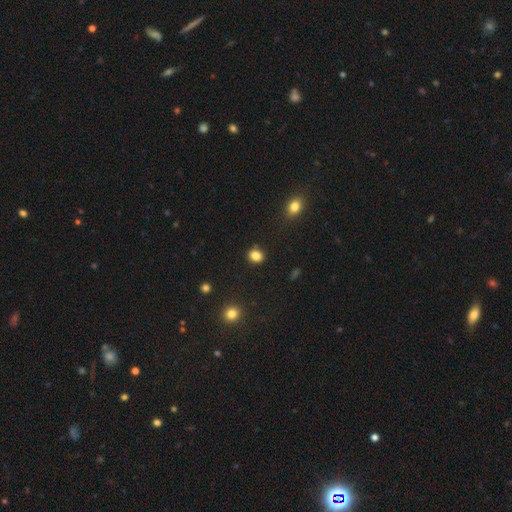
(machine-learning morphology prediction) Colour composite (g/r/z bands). It shows a smooth galaxy with no disk features (85%) that is round (58%). Merging: none (88%).